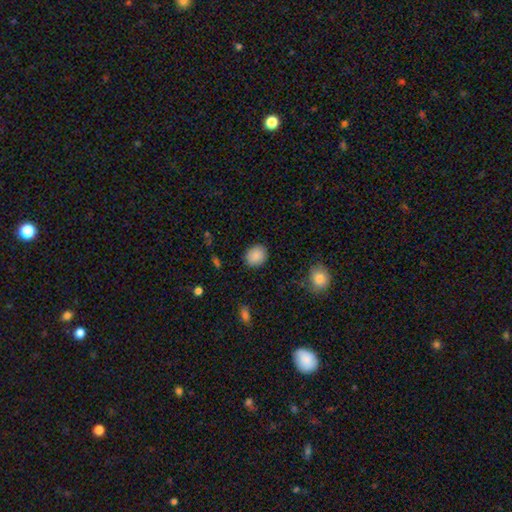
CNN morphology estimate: Smooth or featured?
  - smooth: 88% *
  - star or artifact: 8%
  - featured or disk: 4%
How rounded?
  - round: 64% *
  - in between: 35%
  - cigar-shaped: 1%
Merging?
  - none: 88% *
  - minor disturbance: 9%
  - major disturbance: 3%
  - merger: 1%